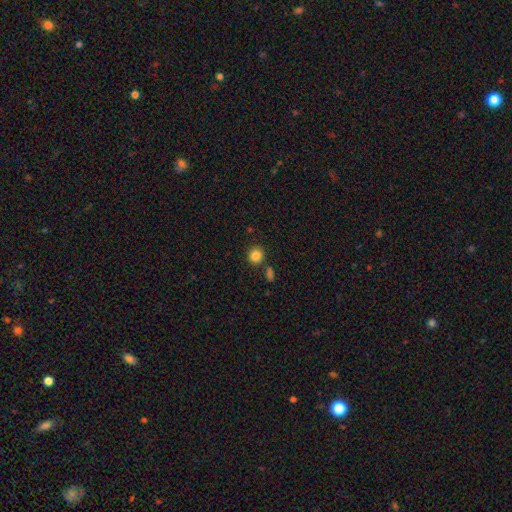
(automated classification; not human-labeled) Smooth or featured?
  - smooth: 85% *
  - star or artifact: 10%
  - featured or disk: 5%
How rounded?
  - round: 88% *
  - in between: 11%
  - cigar-shaped: 1%
Merging?
  - none: 82% *
  - minor disturbance: 8%
  - merger: 7%
  - major disturbance: 3%